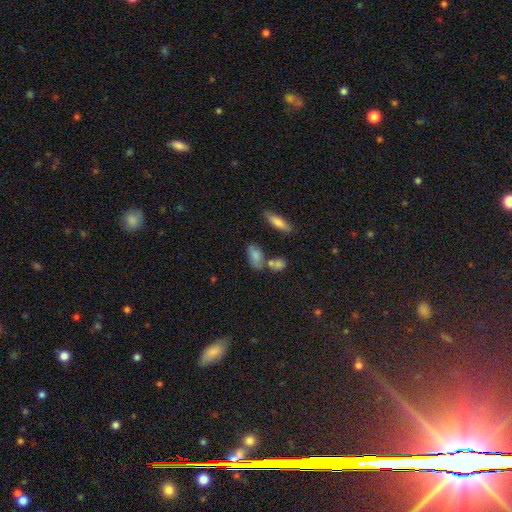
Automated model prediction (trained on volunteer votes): This is likely a smooth galaxy (69%). How rounded: likely in between (76%). Merging: possibly none (57%).